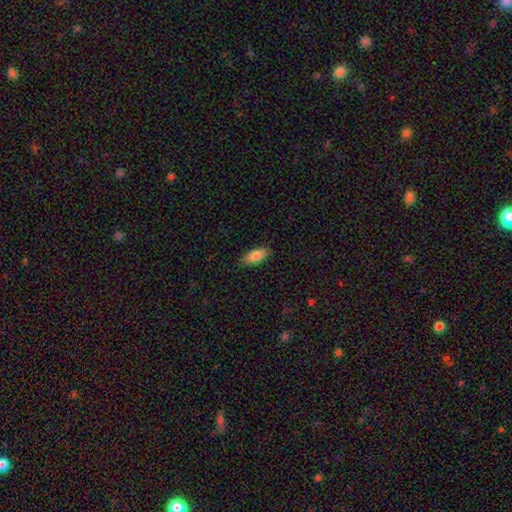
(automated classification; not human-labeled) A smooth galaxy with no disk features (83%) that is in between round and cigar-shaped (82%). Merging: none (85%).